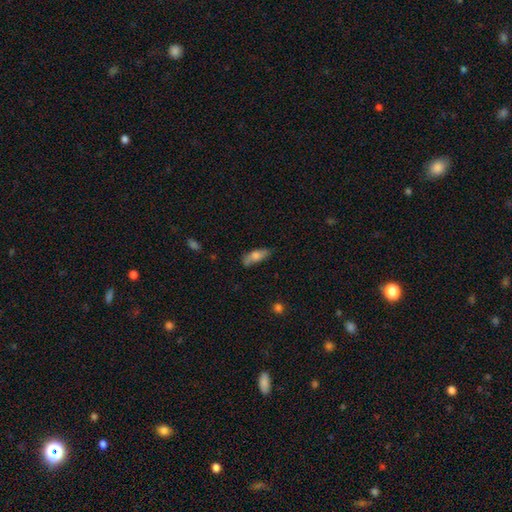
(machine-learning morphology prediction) Smooth or featured? smooth (71%)
How rounded? in between (66%)
Merging? none (67%)